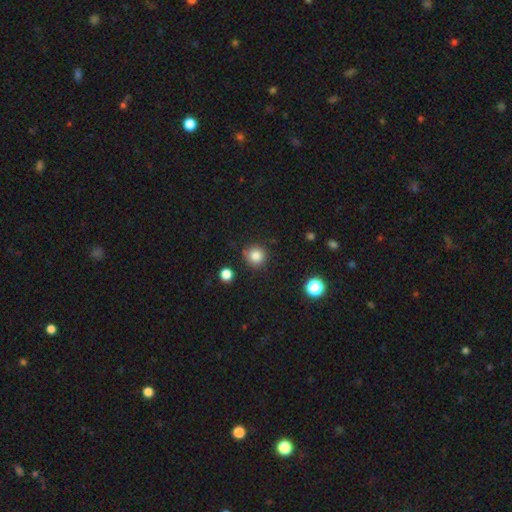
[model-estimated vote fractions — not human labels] Smooth or featured? smooth (83%)
How rounded? round (92%)
Merging? none (84%)